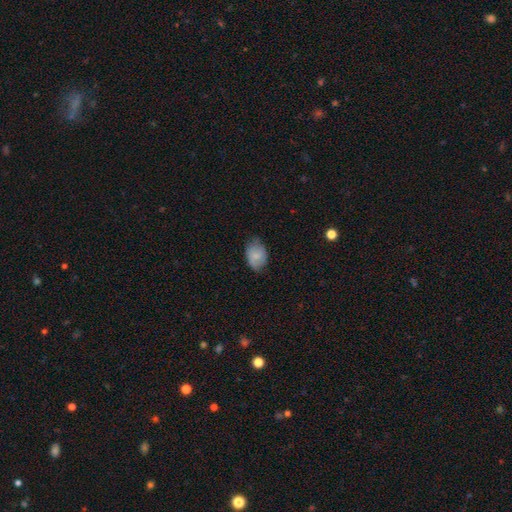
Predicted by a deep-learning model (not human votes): smooth_or_featured: smooth (p=0.79) [alt: featured or disk p=0.14]
how_rounded: in between (p=0.78) [alt: round p=0.21]
merging: none (p=0.68) [alt: minor disturbance p=0.26]